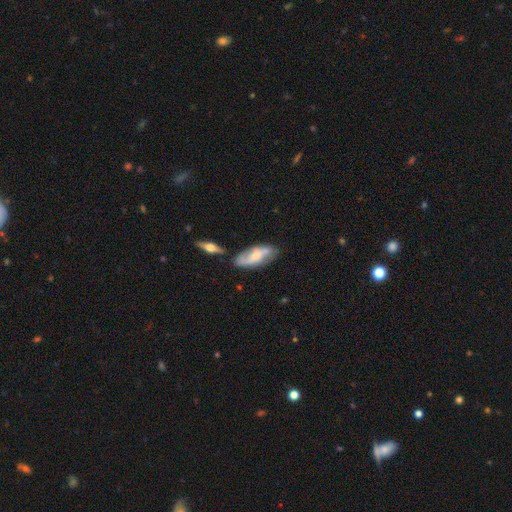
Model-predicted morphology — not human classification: type=featured or disk (56%); edge-on=no (80%); merging=none (66%).